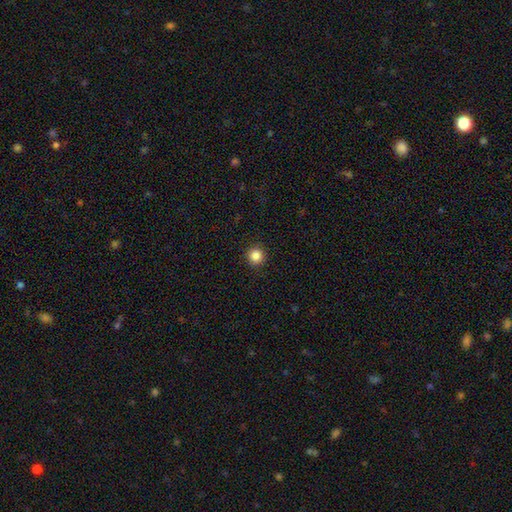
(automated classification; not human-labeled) smooth-or-featured: smooth: 85% | star or artifact: 11% | featured or disk: 4%
  how-rounded: round: 95% | in between: 4% | cigar-shaped: 1%
  merging: none: 93% | minor disturbance: 5% | major disturbance: 2% | merger: 1%